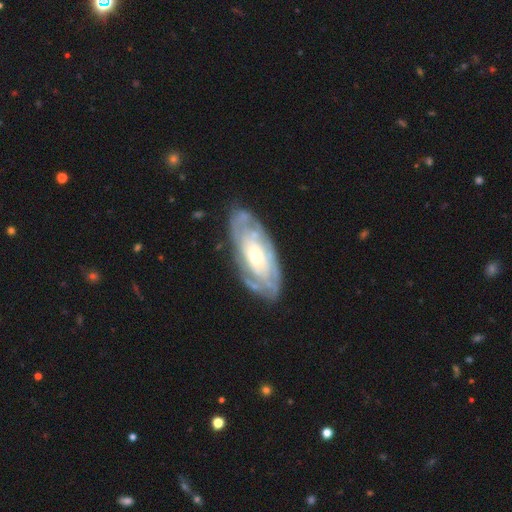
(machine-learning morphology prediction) Overall: featured or disk (81%). Edge-on disk: no (89%). Bar: no (64%; weak 27%). Spiral arms: yes (90%). Spiral arm count: can't tell (47%; 2 21%). Spiral winding: tight (74%). Bulge size: moderate (64%). Merging: none (80%).